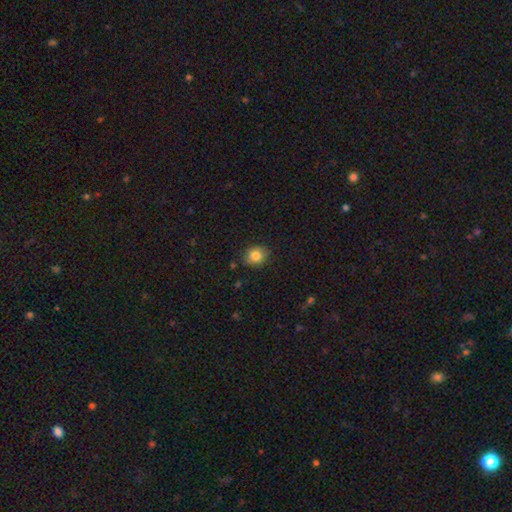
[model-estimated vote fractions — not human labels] This is clearly a smooth galaxy (83%). How rounded: likely round (66%). Merging: clearly none (85%).